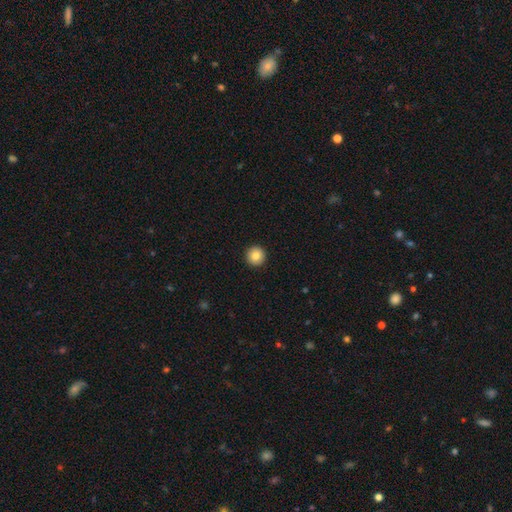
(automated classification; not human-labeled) A smooth galaxy with no disk features (83%) that is round (96%).

Vote fractions:
- Smooth or featured? smooth: 83% / featured or disk: 9% / star or artifact: 9%
- How rounded? round: 96% / in between: 3% / cigar-shaped: 1%
- Merging? none: 94% / minor disturbance: 4% / major disturbance: 1% / merger: 1%